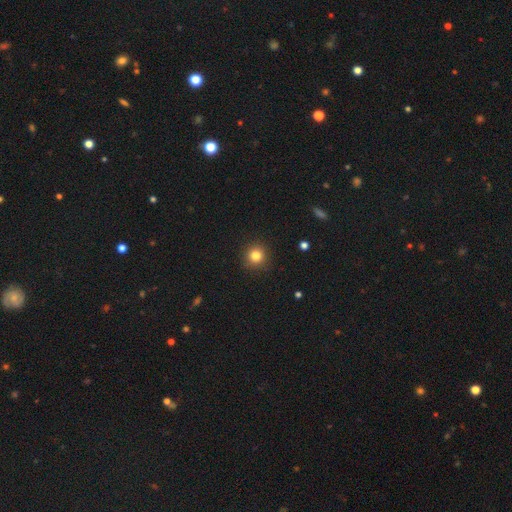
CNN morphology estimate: Overall: smooth (82%). How rounded: round (94%). Merging: none (91%).